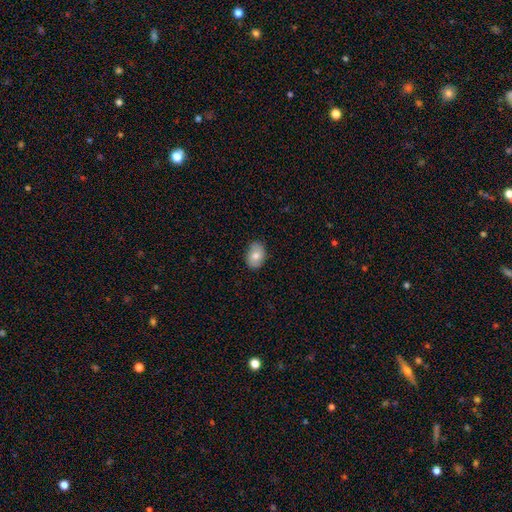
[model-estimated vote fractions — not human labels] A smooth galaxy with no disk features (78%) that is in between round and cigar-shaped (78%).

Vote fractions:
- Smooth or featured? smooth: 78% / featured or disk: 14% / star or artifact: 7%
- How rounded? in between: 78% / round: 21% / cigar-shaped: 1%
- Merging? none: 85% / minor disturbance: 12% / major disturbance: 2% / merger: 1%